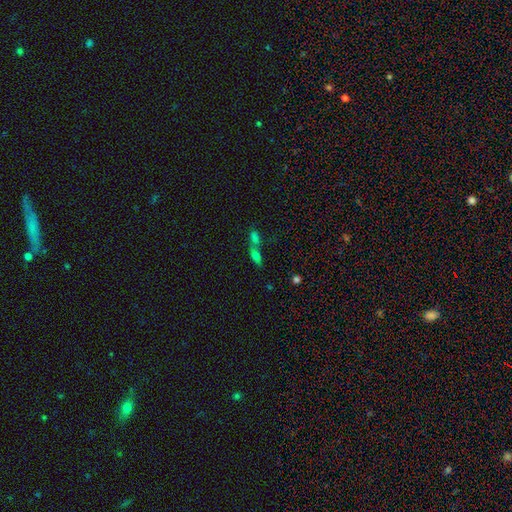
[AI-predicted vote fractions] Overall: smooth (62%; featured or disk 22%). How rounded: in between (63%; cigar-shaped 27%). Merging: merger (58%; none 29%).